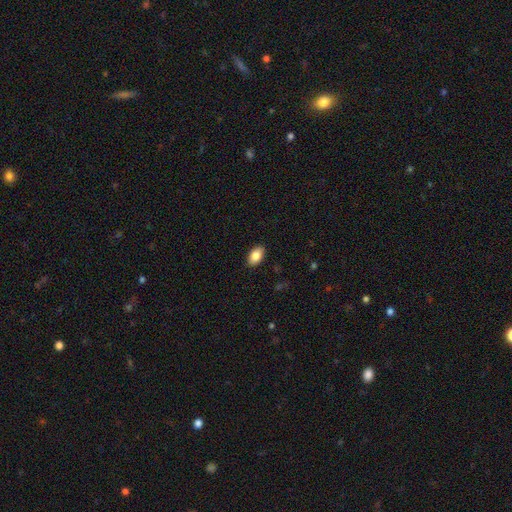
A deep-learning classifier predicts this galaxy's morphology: smooth-or-featured: smooth: 86% | featured or disk: 7% | star or artifact: 7%
  how-rounded: in between: 92% | round: 7% | cigar-shaped: 1%
  merging: none: 89% | minor disturbance: 8% | major disturbance: 2% | merger: 1%